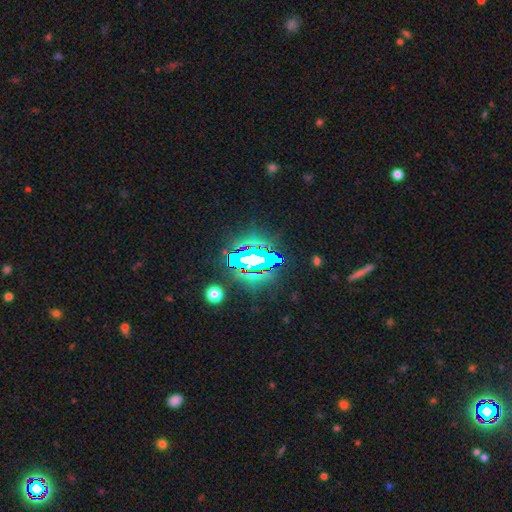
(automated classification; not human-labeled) smooth_or_featured: star or artifact (p=0.71) [alt: featured or disk p=0.15]